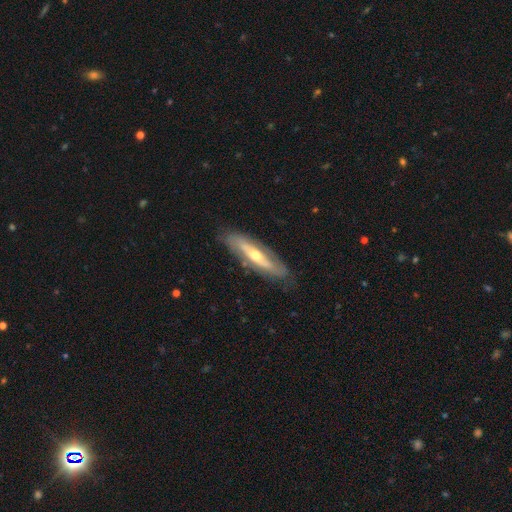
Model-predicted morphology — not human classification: A featured or disk galaxy (70%). Merging: none (80%).